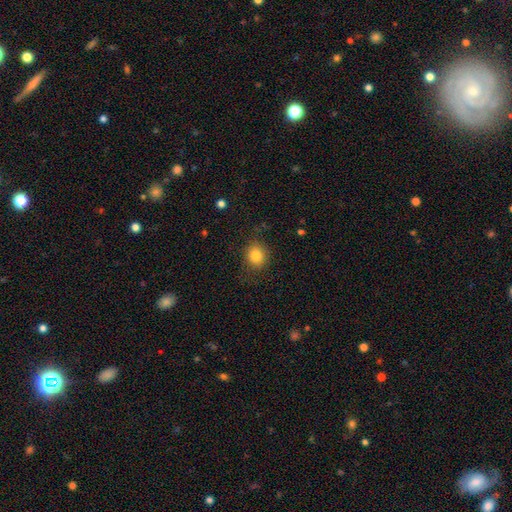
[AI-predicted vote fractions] Smooth or featured: smooth — 82% (star or artifact — 11%)
How rounded: round — 79% (in between — 20%)
Merging: none — 83% (minor disturbance — 12%)